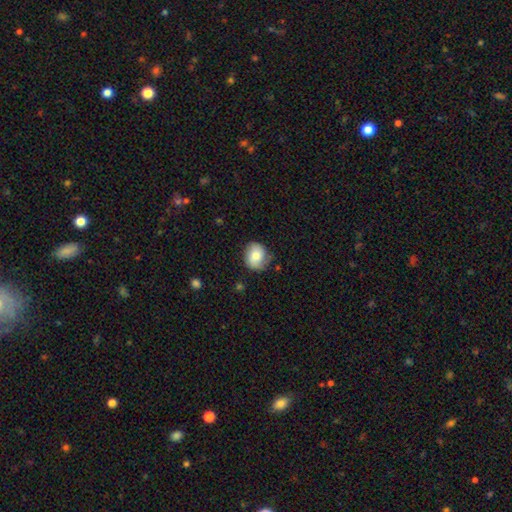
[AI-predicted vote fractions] smooth 71%, featured or disk 21%, star or artifact 8%. Down the decision tree: how rounded — round (68%); merging — none (70%).